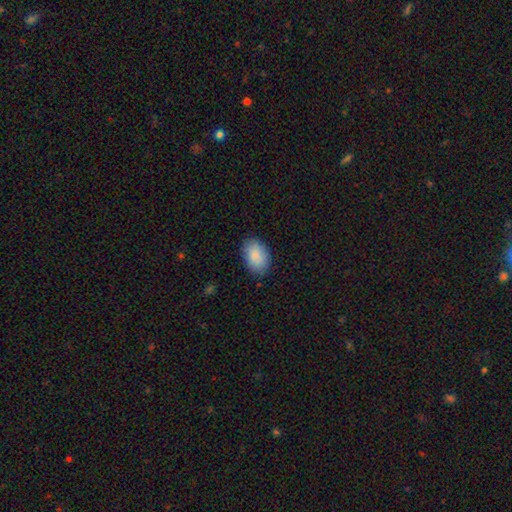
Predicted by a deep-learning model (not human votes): Overall: smooth (89%). How rounded: in between (88%). Merging: none (85%).